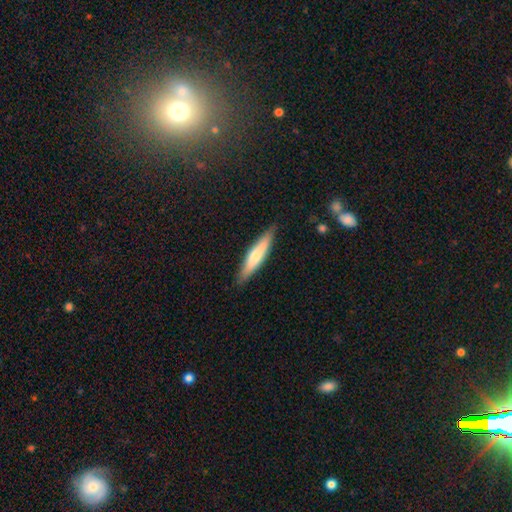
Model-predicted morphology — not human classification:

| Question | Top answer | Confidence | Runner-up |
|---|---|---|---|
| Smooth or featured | smooth | 64% | featured or disk (31%) |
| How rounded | cigar-shaped | 84% | in between (14%) |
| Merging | none | 87% | minor disturbance (10%) |